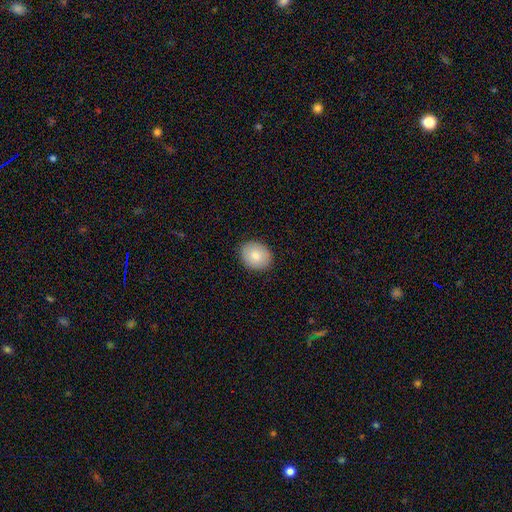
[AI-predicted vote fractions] This appears to be a smooth galaxy with no disk features (82%) that is round (51%). Merging: none (89%).